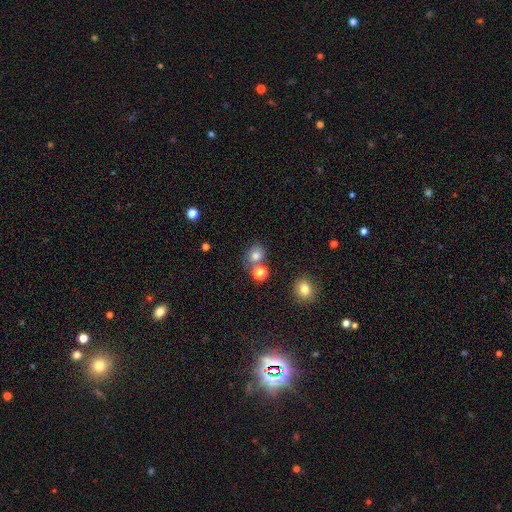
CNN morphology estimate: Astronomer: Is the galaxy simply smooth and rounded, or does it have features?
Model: smooth — 77%.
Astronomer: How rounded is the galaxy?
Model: round — 71%.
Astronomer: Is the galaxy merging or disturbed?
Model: none — 62%.